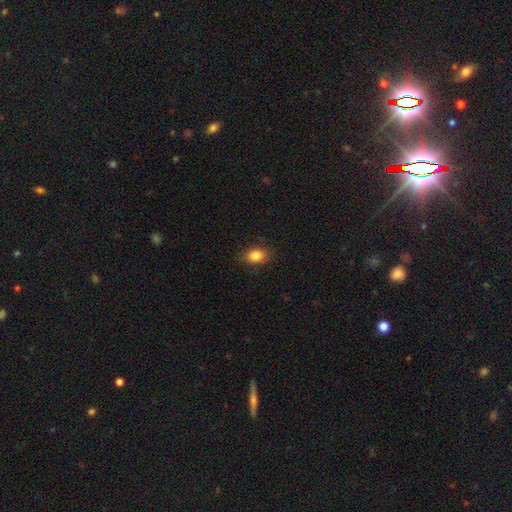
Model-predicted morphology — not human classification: smooth 85%, star or artifact 8%, featured or disk 7%. Down the decision tree: how rounded — in between (82%); merging — none (84%).